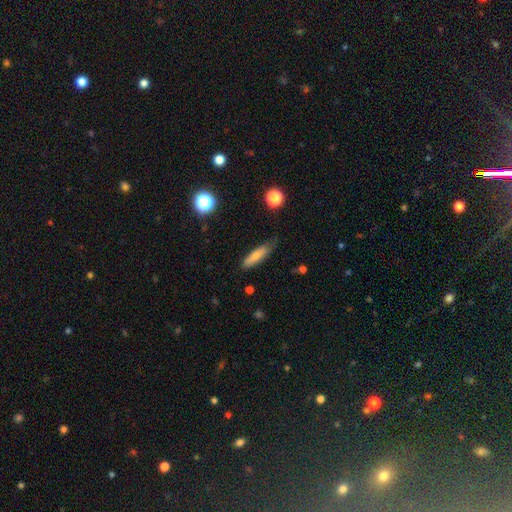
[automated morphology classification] smooth_or_featured: smooth (p=0.67) [alt: featured or disk p=0.25]
how_rounded: cigar-shaped (p=0.67) [alt: in between p=0.31]
merging: none (p=0.72) [alt: minor disturbance p=0.22]